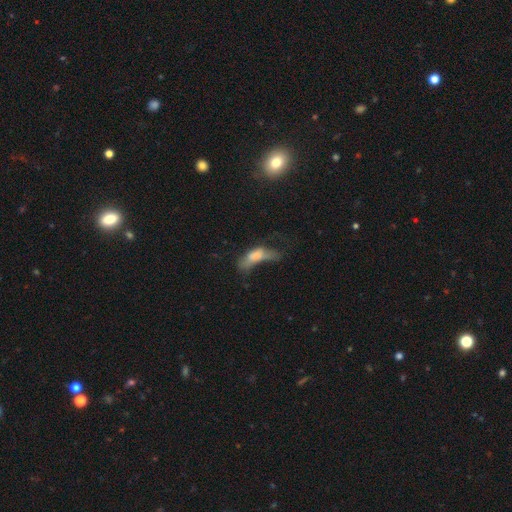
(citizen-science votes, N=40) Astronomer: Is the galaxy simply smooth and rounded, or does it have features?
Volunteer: featured or disk — 48% (runner-up: smooth, 40%).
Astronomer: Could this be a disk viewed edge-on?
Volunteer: no — 53% (runner-up: yes, 47%).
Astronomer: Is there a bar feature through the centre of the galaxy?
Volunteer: no — 90%.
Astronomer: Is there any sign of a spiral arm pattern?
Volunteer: no — 100%.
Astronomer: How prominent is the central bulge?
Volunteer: moderate — 30% (runner-up: large, 20%).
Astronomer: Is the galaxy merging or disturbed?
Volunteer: major disturbance — 54%.